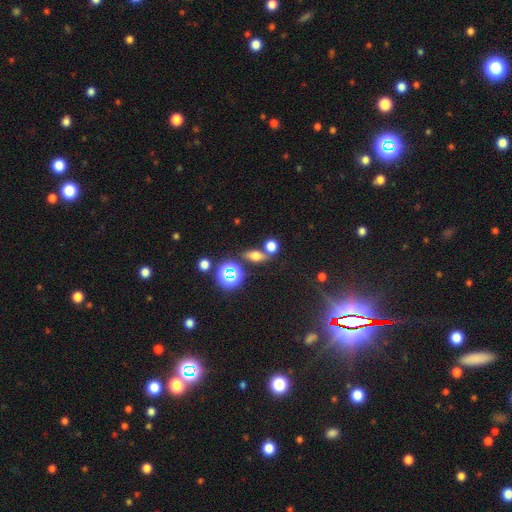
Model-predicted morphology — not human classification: Overall: smooth (58%; star or artifact 25%). How rounded: in between (61%; round 28%). Merging: none (62%).